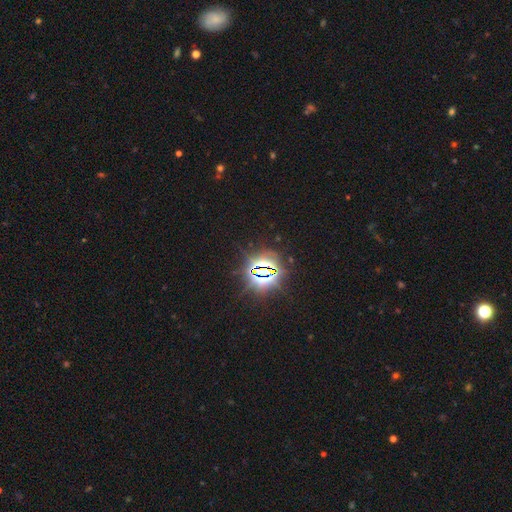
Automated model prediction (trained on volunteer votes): smooth-or-featured: star or artifact: 85% | smooth: 9% | featured or disk: 6%